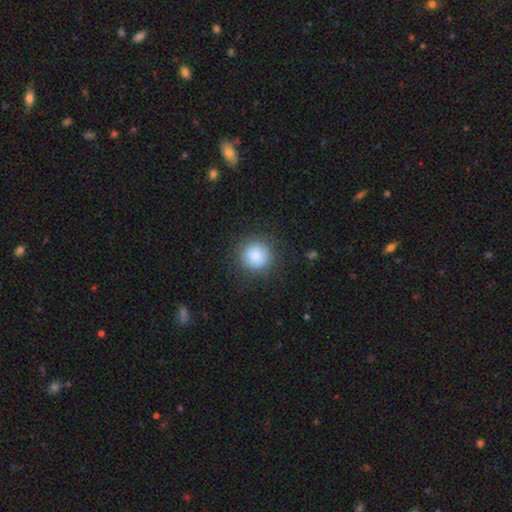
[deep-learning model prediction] The model was most divided on "smooth or featured": smooth: 87%, star or artifact: 9%, featured or disk: 4%. More confident: how rounded — round (92%); merging — none (87%).